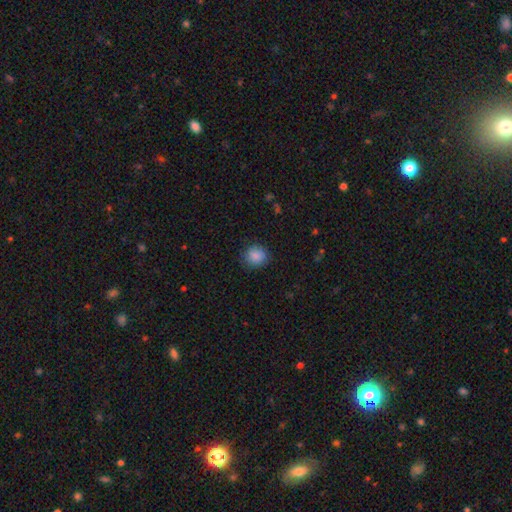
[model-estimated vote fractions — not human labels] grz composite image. It shows a smooth galaxy with no disk features (87%) that is round (80%). Merging: none (84%).